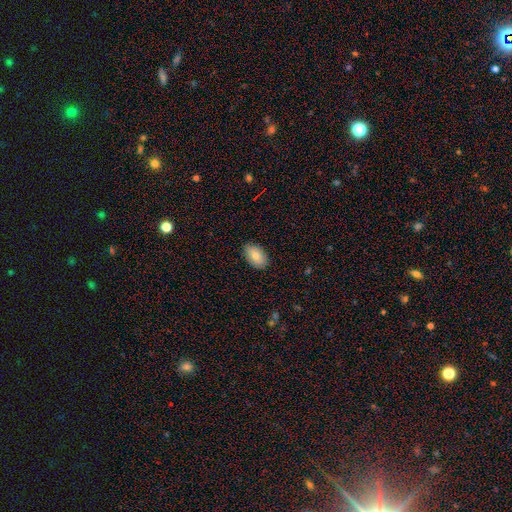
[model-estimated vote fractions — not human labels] smooth-or-featured: smooth: 78% | featured or disk: 15% | star or artifact: 7%
  how-rounded: in between: 92% | round: 7% | cigar-shaped: 1%
  merging: none: 85% | minor disturbance: 12% | major disturbance: 2% | merger: 1%